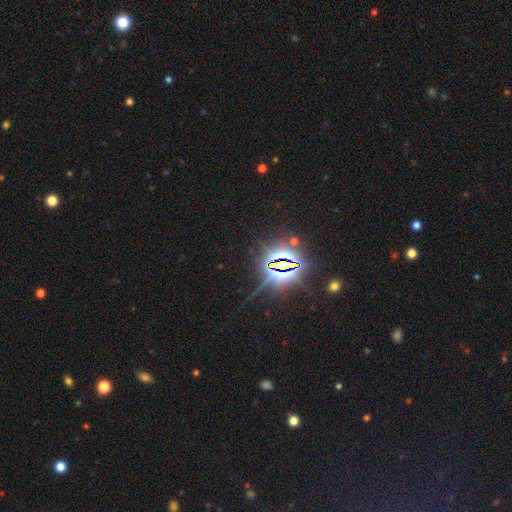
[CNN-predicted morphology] A star or artifact, not a galaxy (86%).

Vote fractions:
- Smooth or featured? star or artifact: 86% / smooth: 8% / featured or disk: 6%